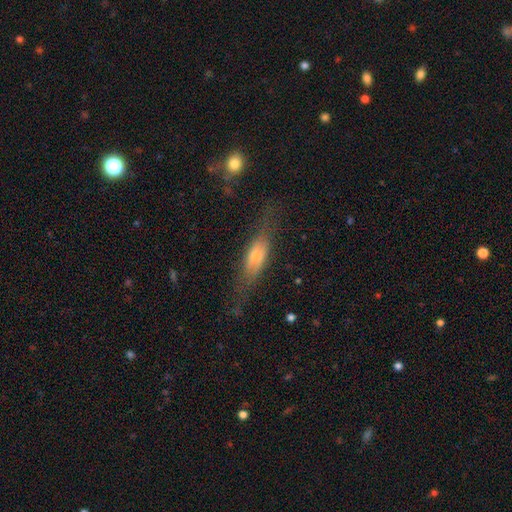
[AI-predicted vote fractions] This is possibly a featured or disk galaxy (52%). It is likely viewed edge-on (77%). Merging: likely none (65%).